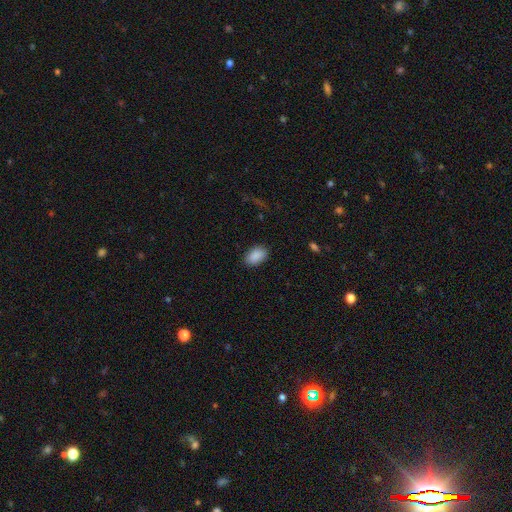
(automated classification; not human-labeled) smooth_or_featured: smooth (p=0.90) [alt: star or artifact p=0.07]
how_rounded: in between (p=0.91) [alt: round p=0.08]
merging: none (p=0.86) [alt: minor disturbance p=0.11]